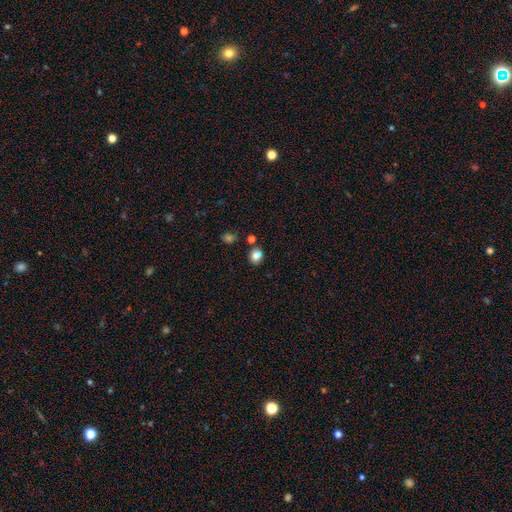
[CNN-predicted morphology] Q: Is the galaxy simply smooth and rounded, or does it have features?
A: smooth — 83%.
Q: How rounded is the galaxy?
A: round — 61%.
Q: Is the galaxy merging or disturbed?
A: none — 80%.